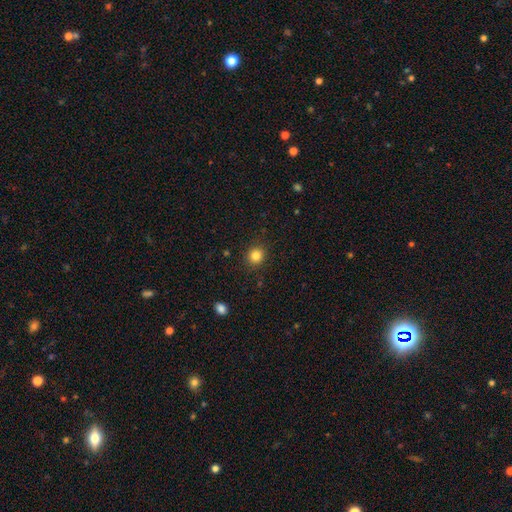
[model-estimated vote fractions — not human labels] A smooth galaxy with no disk features (83%) that is round (86%).

Vote fractions:
- Smooth or featured? smooth: 83% / star or artifact: 12% / featured or disk: 5%
- How rounded? round: 86% / in between: 13% / cigar-shaped: 1%
- Merging? none: 90% / minor disturbance: 7% / major disturbance: 2% / merger: 1%